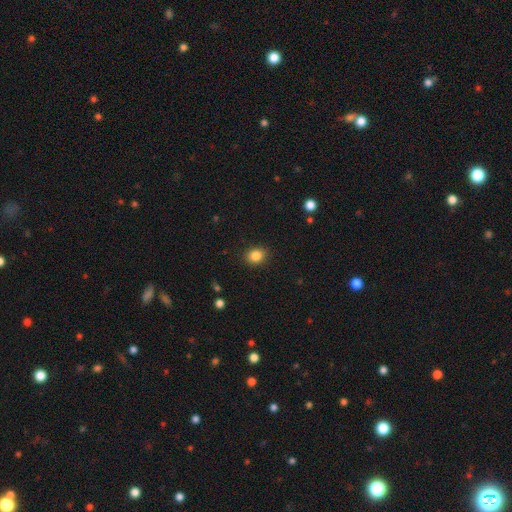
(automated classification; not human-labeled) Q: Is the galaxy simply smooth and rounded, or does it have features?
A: smooth — 85%.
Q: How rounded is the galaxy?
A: round — 65%.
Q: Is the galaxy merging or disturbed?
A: none — 88%.